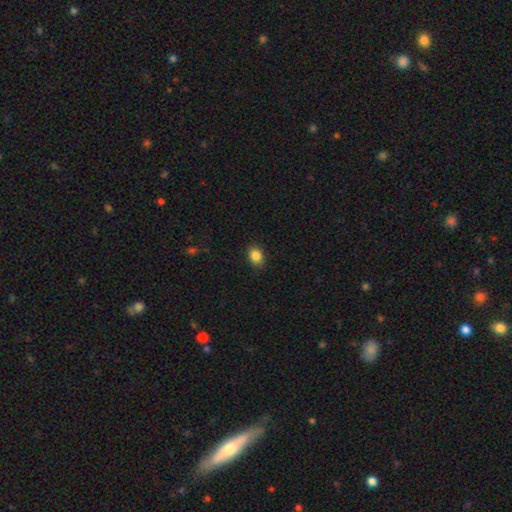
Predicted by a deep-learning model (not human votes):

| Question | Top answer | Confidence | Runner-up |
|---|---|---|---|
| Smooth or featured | smooth | 86% | star or artifact (10%) |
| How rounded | in between | 61% | round (38%) |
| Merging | none | 84% | minor disturbance (13%) |